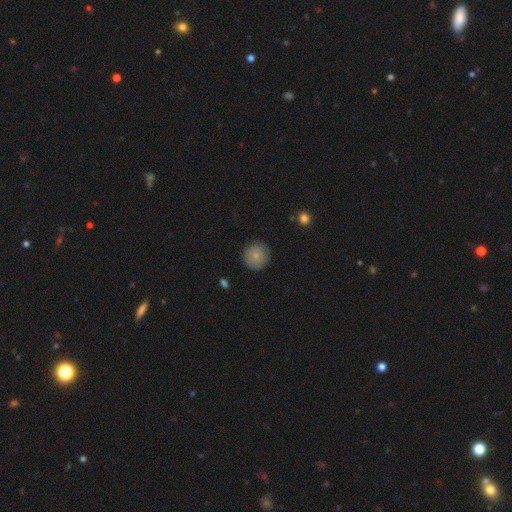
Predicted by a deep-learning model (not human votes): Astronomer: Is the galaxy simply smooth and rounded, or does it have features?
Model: smooth — 81%.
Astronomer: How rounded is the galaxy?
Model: round — 93%.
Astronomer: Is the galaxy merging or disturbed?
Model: none — 88%.